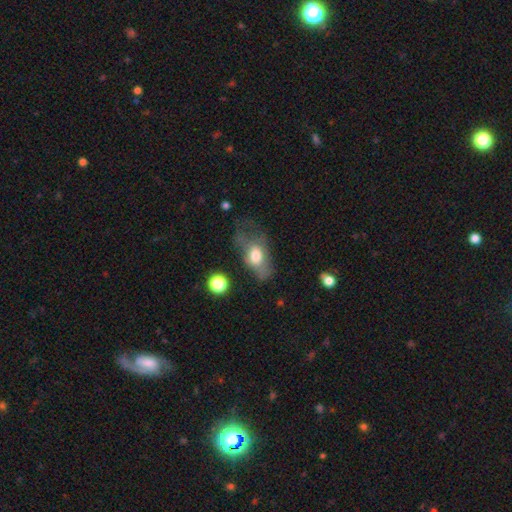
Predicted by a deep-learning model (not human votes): Morphology: type=smooth (62%); roundness=in between (84%); merging=major disturbance (44%).